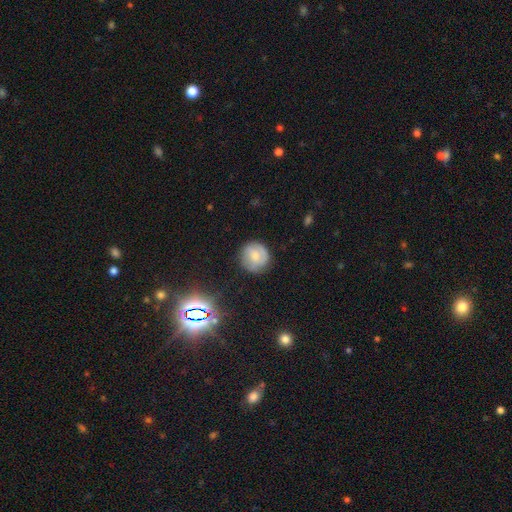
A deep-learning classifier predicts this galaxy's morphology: Overall: smooth (62%; featured or disk 28%). How rounded: round (92%). Merging: none (80%).